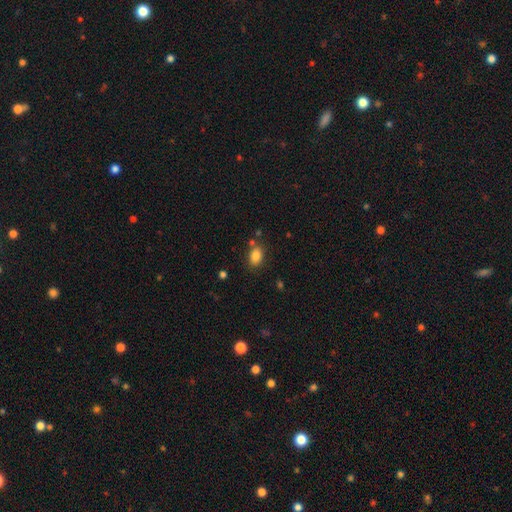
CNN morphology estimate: smooth 85%, star or artifact 10%, featured or disk 5%. Down the decision tree: how rounded — in between (79%); merging — none (77%).